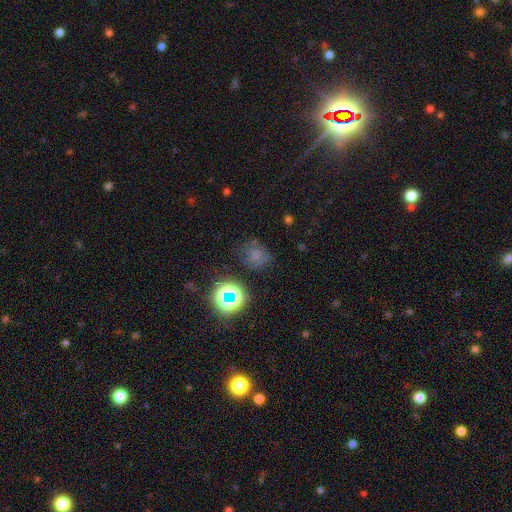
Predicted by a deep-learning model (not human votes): The model was most divided on "smooth or featured": smooth: 60%, star or artifact: 29%, featured or disk: 11%. More confident: merging — none (68%); how rounded — round (67%).